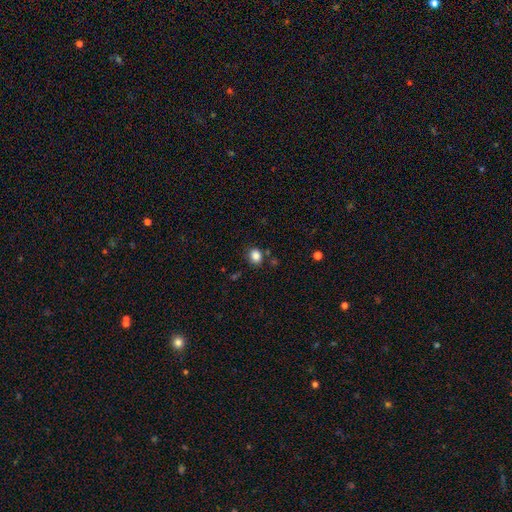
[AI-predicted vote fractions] Morphology: type=smooth (85%); roundness=round (54%); merging=none (79%).